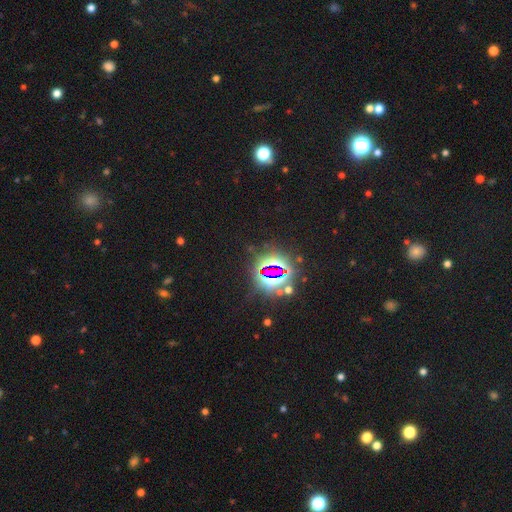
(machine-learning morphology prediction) This is clearly a star or artifact rather than a galaxy (82%).